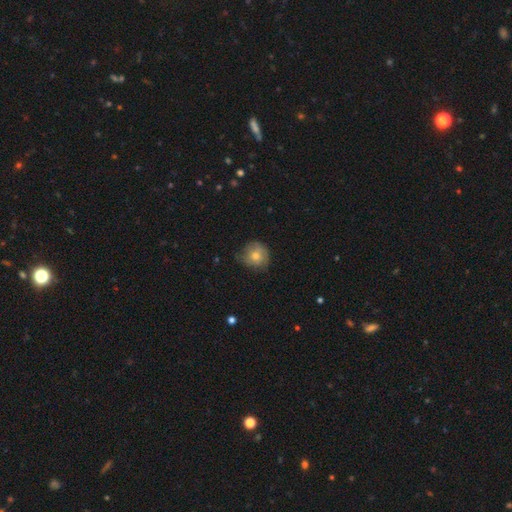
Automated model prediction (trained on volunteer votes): smooth_or_featured: smooth (p=0.59) [alt: featured or disk p=0.32]
how_rounded: round (p=0.87) [alt: in between p=0.12]
merging: none (p=0.65) [alt: minor disturbance p=0.27]